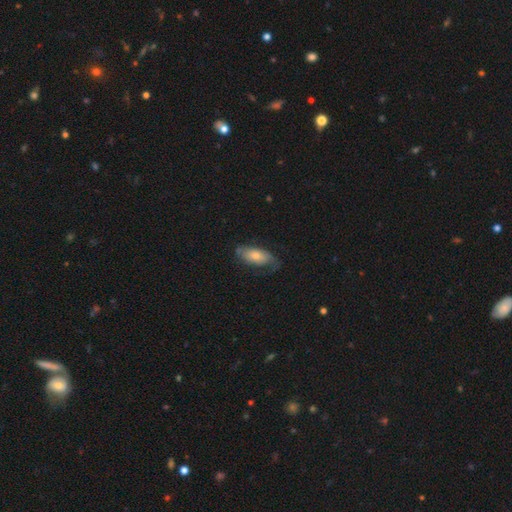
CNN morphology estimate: Smooth or featured: smooth — 64% (featured or disk — 30%)
How rounded: in between — 87% (cigar-shaped — 10%)
Merging: none — 52% (minor disturbance — 29%)